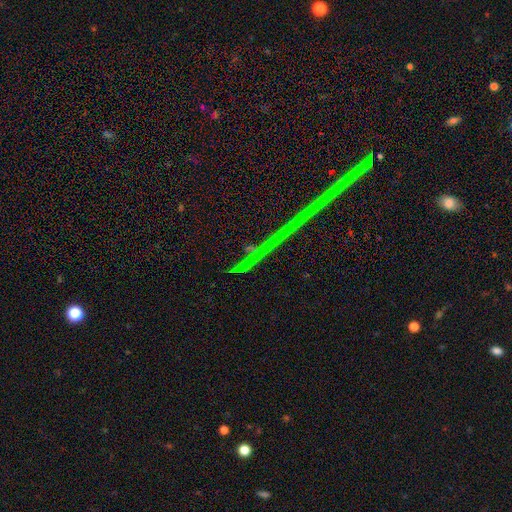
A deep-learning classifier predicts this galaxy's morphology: star or artifact 83%, featured or disk 10%, smooth 7%.